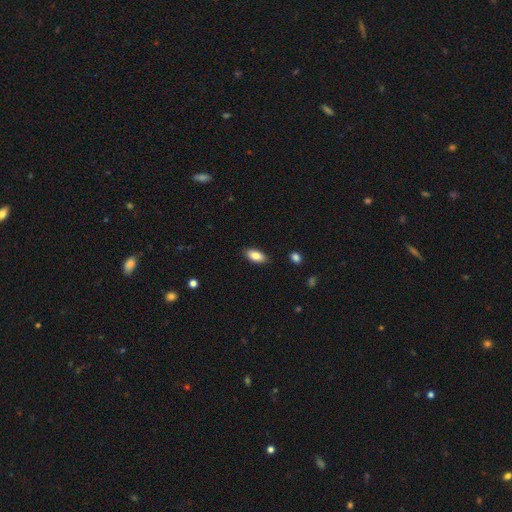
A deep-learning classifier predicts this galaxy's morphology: smooth_or_featured: smooth (p=0.83) [alt: featured or disk p=0.10]
how_rounded: in between (p=0.90) [alt: cigar-shaped p=0.07]
merging: none (p=0.87) [alt: minor disturbance p=0.10]